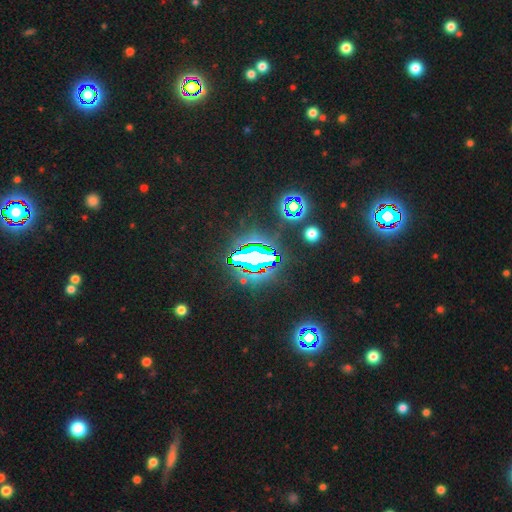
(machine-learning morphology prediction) star or artifact 78%, smooth 12%, featured or disk 10%.